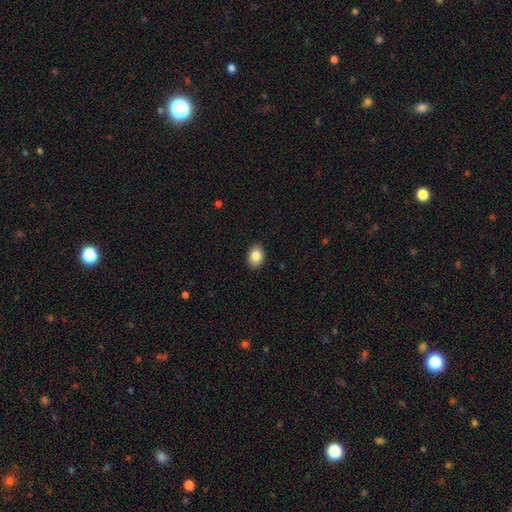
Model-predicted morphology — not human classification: A smooth galaxy with no disk features (86%) that is in between round and cigar-shaped (75%). Merging: none (89%).